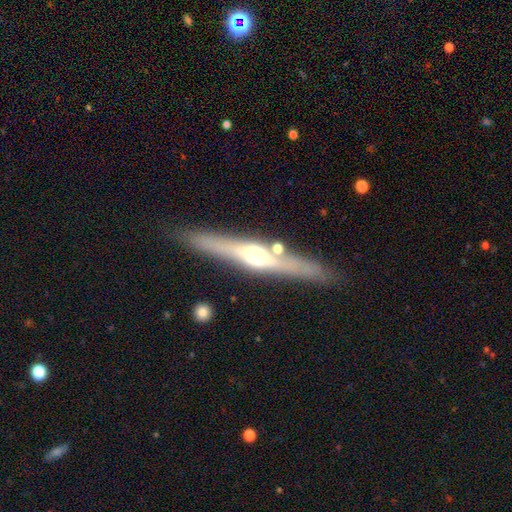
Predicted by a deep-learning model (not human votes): smooth-or-featured: featured or disk: 70% | smooth: 24% | star or artifact: 6%
  disk-edge-on: yes: 96% | no: 4%
    edge-on-bulge: rounded: 91% | boxy: 4% | none: 4%
  merging: none: 83% | minor disturbance: 10% | merger: 5% | major disturbance: 2%